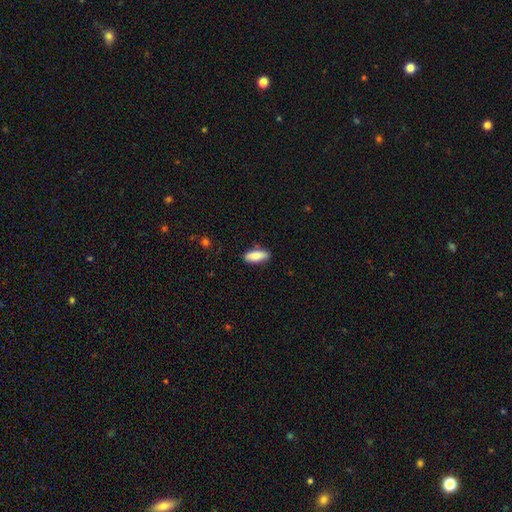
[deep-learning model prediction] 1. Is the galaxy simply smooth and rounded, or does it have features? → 85% smooth, 9% featured or disk, 6% star or artifact.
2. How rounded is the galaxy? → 69% in between, 29% cigar-shaped, 2% round.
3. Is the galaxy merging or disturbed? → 84% none, 12% minor disturbance, 2% major disturbance, 1% merger.